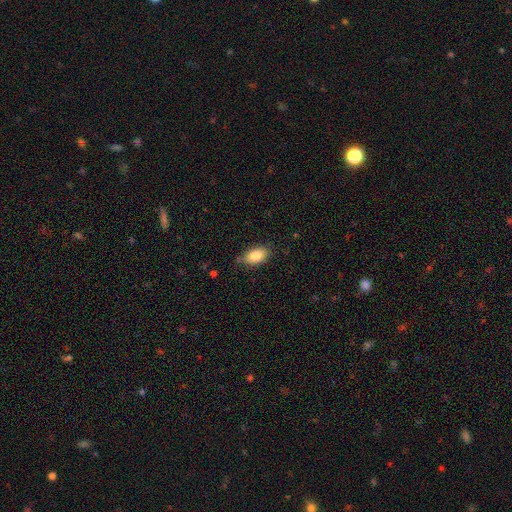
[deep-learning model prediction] Smooth or featured: smooth — 84% (featured or disk — 9%)
How rounded: in between — 91% (round — 7%)
Merging: none — 77% (minor disturbance — 18%)